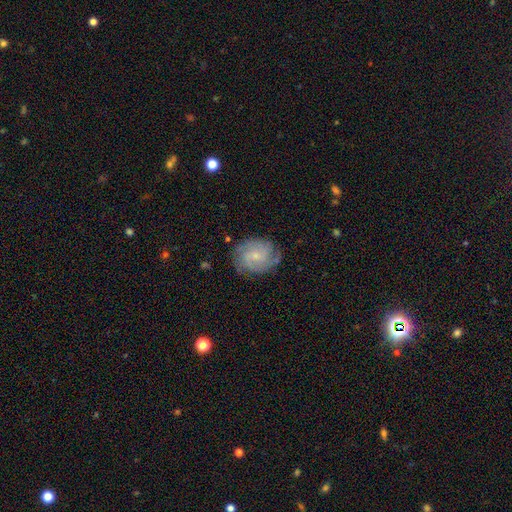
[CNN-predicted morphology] smooth_or_featured: featured or disk (p=0.74) [alt: smooth p=0.19]
disk_edge_on: no (p=0.98) [alt: yes p=0.02]
bar: no (p=0.60) [alt: weak p=0.35]
has_spiral_arms: yes (p=0.93) [alt: no p=0.07]
spiral_winding: tight (p=0.51) [alt: medium p=0.38]
spiral_arm_count: 2 (p=0.30) [tied with: can't tell p=0.30]
bulge_size: small (p=0.71) [alt: moderate p=0.21]
merging: none (p=0.75) [alt: minor disturbance p=0.18]